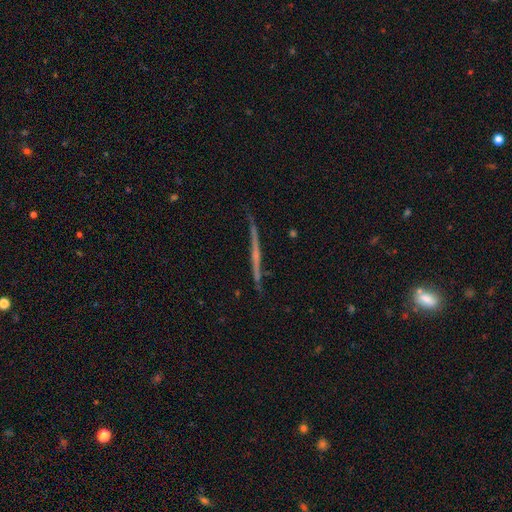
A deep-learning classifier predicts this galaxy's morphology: The model was most divided on "smooth or featured": featured or disk: 68%, smooth: 23%, star or artifact: 9%. More confident: edge-on disk — yes (97%); merging — none (87%); edge-on bulge — none (74%).